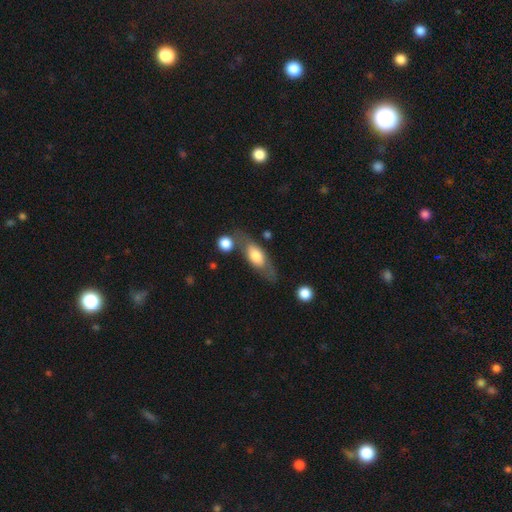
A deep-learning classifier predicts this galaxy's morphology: Smooth or featured? Predicted: smooth (p=0.56). How rounded? Predicted: in between (p=0.70). Merging? Predicted: none (p=0.60).